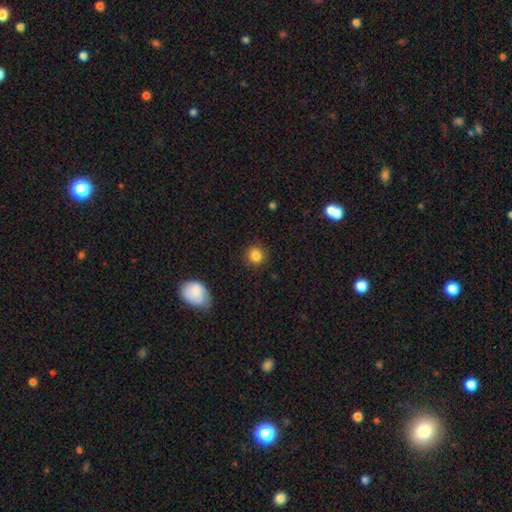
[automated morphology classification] Smooth or featured? smooth (84%)
How rounded? round (84%)
Merging? none (84%)